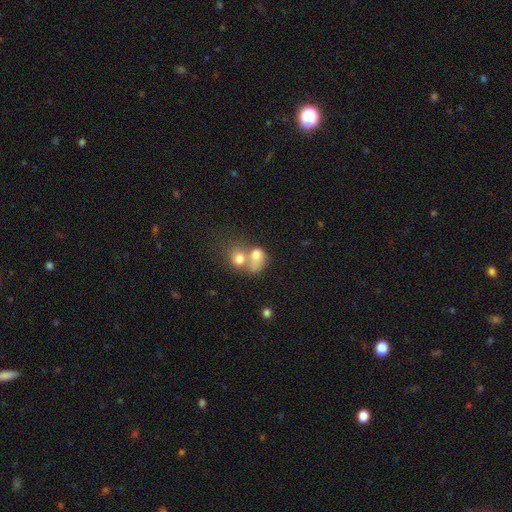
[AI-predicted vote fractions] smooth_or_featured: smooth (p=0.71) [alt: featured or disk p=0.18]
how_rounded: round (p=0.50) [alt: in between p=0.49]
merging: merger (p=0.66) [alt: none p=0.19]